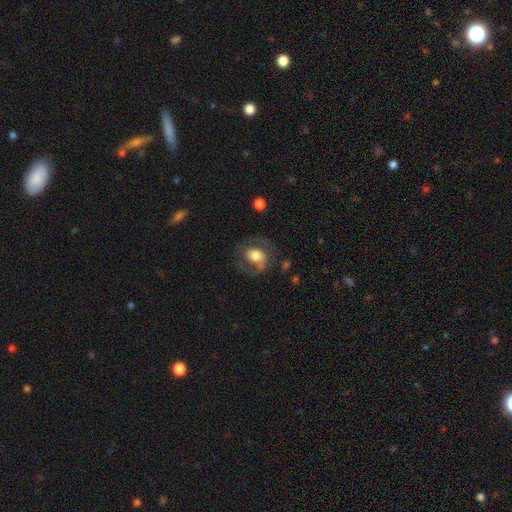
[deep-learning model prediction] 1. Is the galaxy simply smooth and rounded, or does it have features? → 61% featured or disk, 32% smooth, 7% star or artifact.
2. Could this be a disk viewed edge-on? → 97% no, 3% yes.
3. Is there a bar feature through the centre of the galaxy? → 59% no, 30% weak, 11% strong.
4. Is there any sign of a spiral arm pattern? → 82% yes, 18% no.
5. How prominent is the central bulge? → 47% moderate, 37% large, 9% small, 5% dominant, 2% none.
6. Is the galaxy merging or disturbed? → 61% none, 19% major disturbance, 18% minor disturbance, 2% merger.